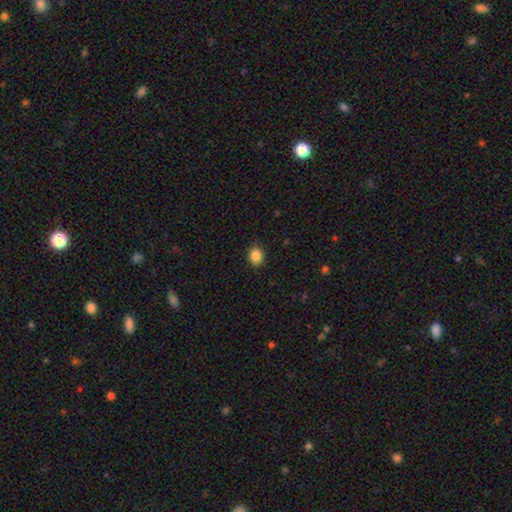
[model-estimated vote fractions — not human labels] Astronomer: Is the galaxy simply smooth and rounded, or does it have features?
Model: smooth — 86%.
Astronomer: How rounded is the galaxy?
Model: round — 62% (runner-up: in between, 38%).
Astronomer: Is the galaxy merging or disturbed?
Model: none — 87%.